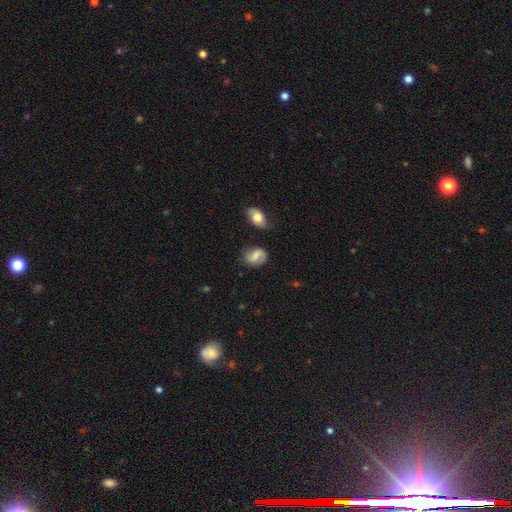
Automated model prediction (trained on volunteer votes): A featured or disk galaxy (52%). Merging: none (72%).